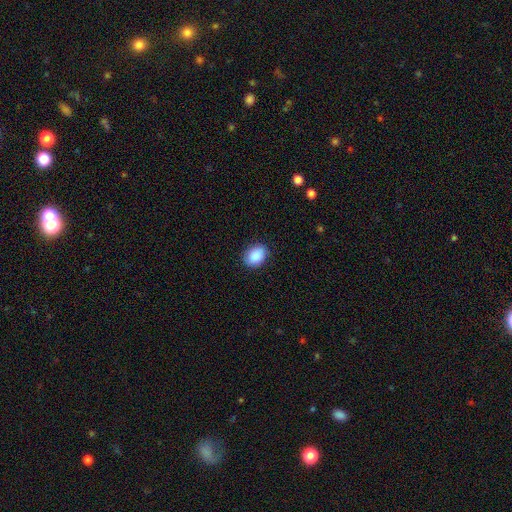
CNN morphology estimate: Smooth or featured? Predicted: smooth (p=0.89). How rounded? Predicted: in between (p=0.68). Merging? Predicted: none (p=0.86).